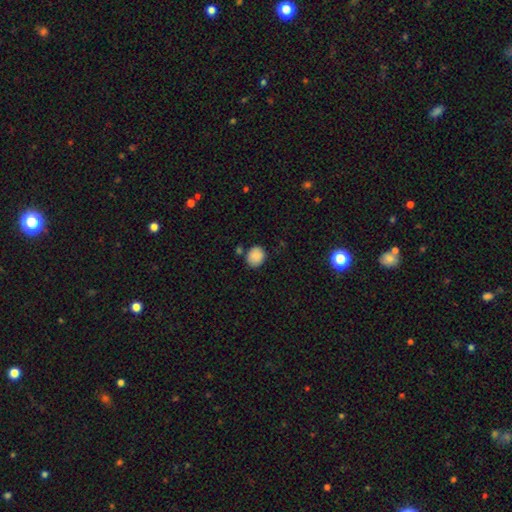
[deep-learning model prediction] smooth 87%, star or artifact 8%, featured or disk 4%. Down the decision tree: how rounded — round (61%); merging — none (78%).